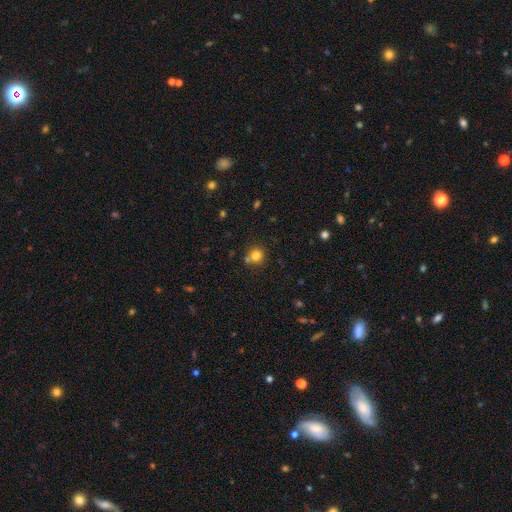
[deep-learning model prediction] Morphology: type=smooth (79%); roundness=round (90%); merging=none (69%).